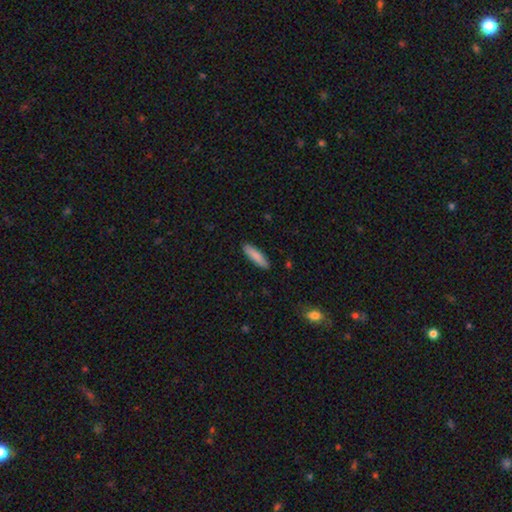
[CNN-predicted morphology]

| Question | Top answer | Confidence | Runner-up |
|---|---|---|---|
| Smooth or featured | smooth | 85% | featured or disk (9%) |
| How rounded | cigar-shaped | 70% | in between (28%) |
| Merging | none | 89% | minor disturbance (8%) |